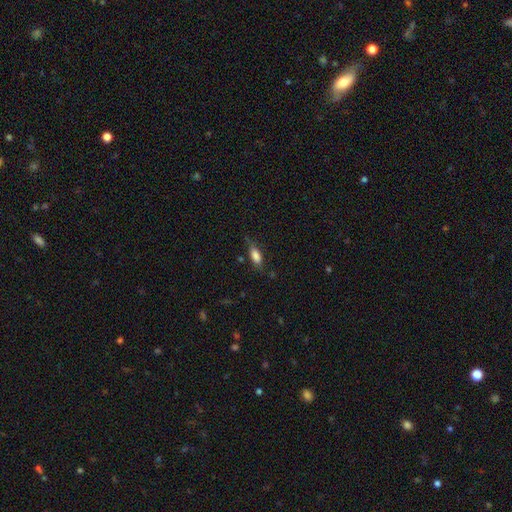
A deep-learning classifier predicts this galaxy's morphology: smooth-or-featured: smooth: 79% | featured or disk: 13% | star or artifact: 8%
  how-rounded: in between: 73% | cigar-shaped: 24% | round: 3%
  merging: none: 67% | minor disturbance: 24% | major disturbance: 7% | merger: 2%